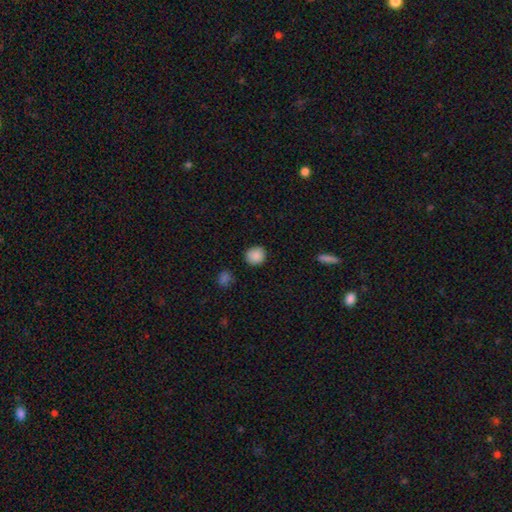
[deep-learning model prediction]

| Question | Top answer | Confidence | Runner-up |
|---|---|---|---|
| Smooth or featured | smooth | 88% | star or artifact (9%) |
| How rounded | round | 87% | in between (12%) |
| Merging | none | 87% | minor disturbance (9%) |